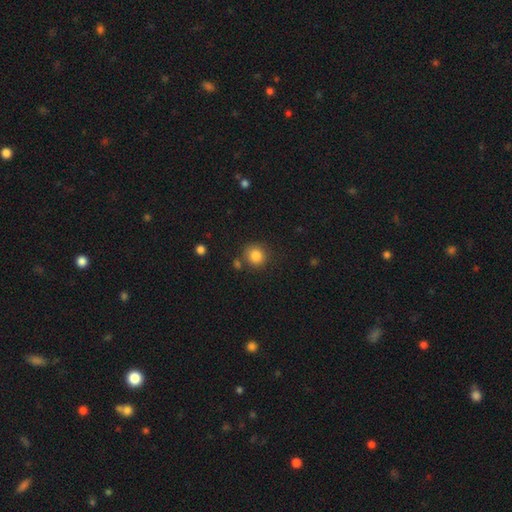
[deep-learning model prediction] Smooth or featured? smooth (85%)
How rounded? round (90%)
Merging? none (80%)